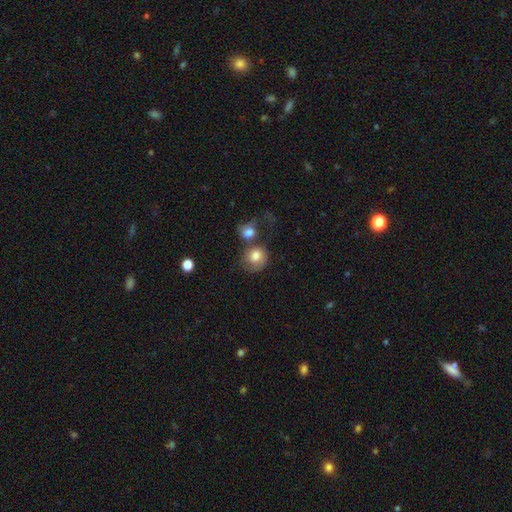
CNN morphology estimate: smooth_or_featured: smooth (p=0.72) [alt: featured or disk p=0.21]
how_rounded: round (p=0.73) [alt: in between p=0.26]
merging: merger (p=0.44) [alt: none p=0.27]